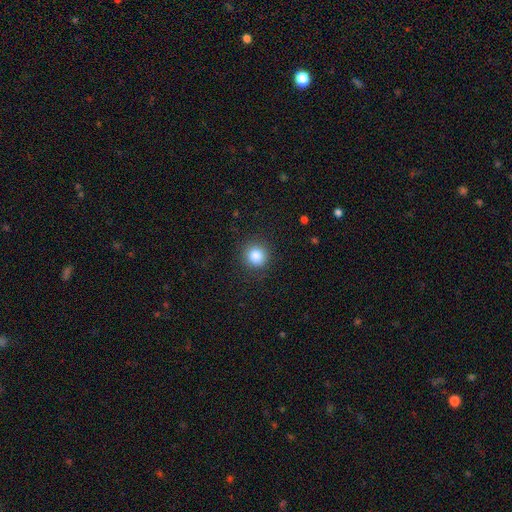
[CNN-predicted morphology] smooth 85%, star or artifact 10%, featured or disk 5%. Down the decision tree: how rounded — round (92%); merging — none (89%).